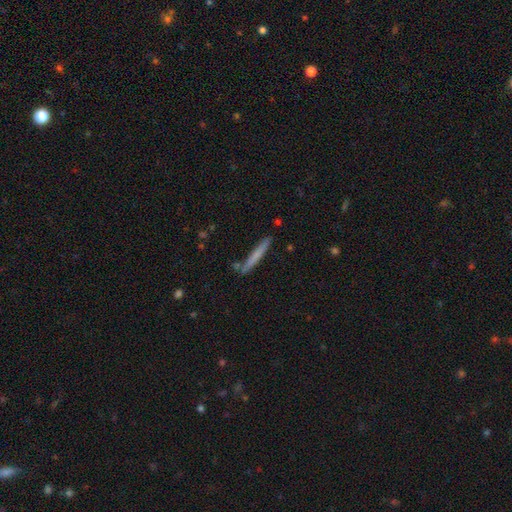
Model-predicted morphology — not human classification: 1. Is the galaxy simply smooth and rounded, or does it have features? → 59% smooth, 35% featured or disk, 6% star or artifact.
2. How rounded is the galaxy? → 96% cigar-shaped, 3% in between, 1% round.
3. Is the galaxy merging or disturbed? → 85% none, 9% minor disturbance, 4% merger, 2% major disturbance.